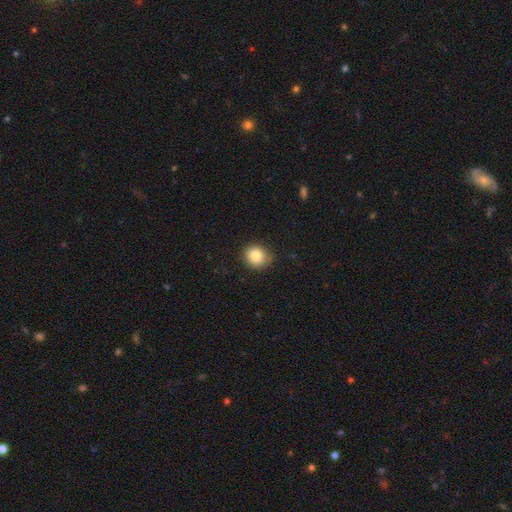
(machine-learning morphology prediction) smooth 85%, star or artifact 9%, featured or disk 5%. Down the decision tree: how rounded — round (80%); merging — none (82%).